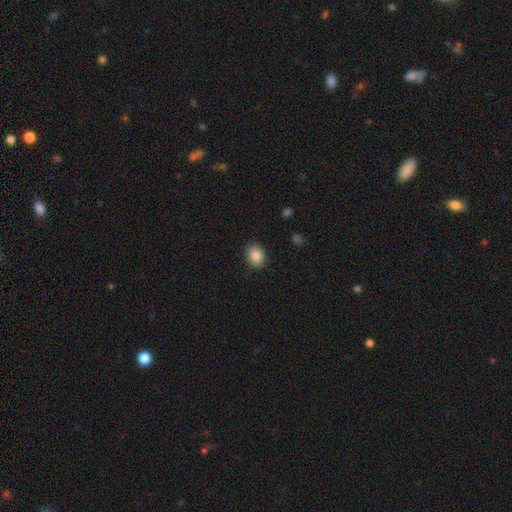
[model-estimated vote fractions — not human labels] Overall: smooth (87%). How rounded: in between (56%; round 43%). Merging: none (87%).